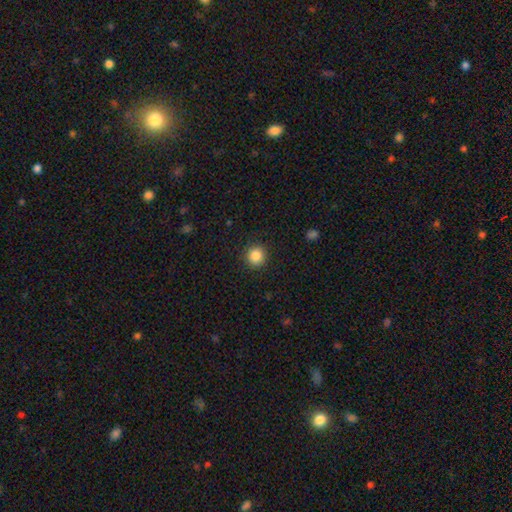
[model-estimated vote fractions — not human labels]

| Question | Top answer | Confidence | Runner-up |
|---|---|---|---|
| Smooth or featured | smooth | 86% | star or artifact (10%) |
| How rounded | round | 92% | in between (7%) |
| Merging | none | 91% | minor disturbance (6%) |